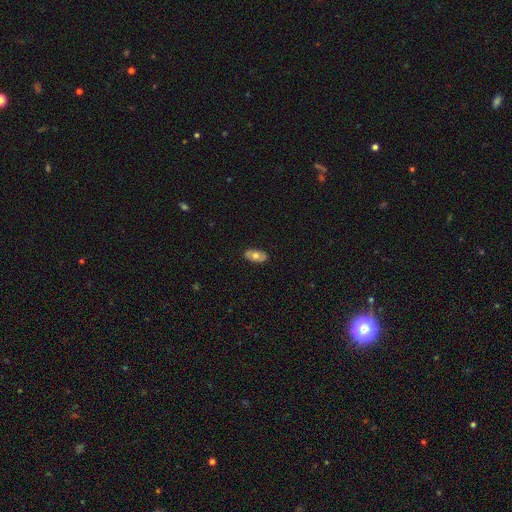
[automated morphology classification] A smooth galaxy with no disk features (64%) that is in between round and cigar-shaped (92%). Merging: none (87%).